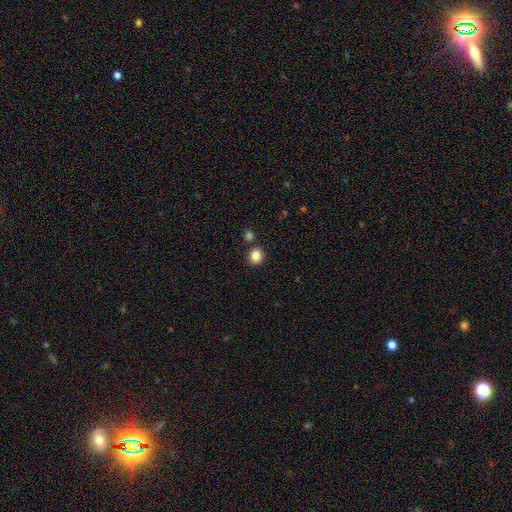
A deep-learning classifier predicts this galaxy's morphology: This appears to be a smooth galaxy with no disk features (85%) that is round (76%). Merging: none (82%).